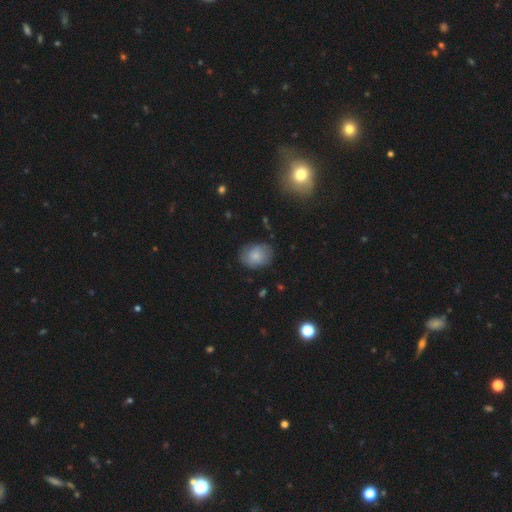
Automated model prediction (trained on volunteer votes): Morphology: type=smooth (77%); roundness=in between (60%); merging=none (72%).